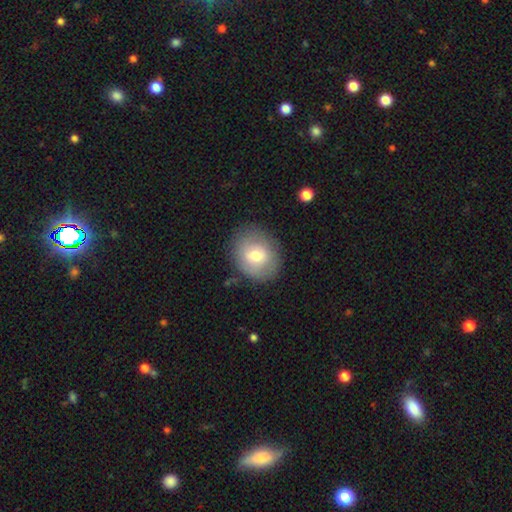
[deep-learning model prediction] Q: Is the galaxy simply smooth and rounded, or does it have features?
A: smooth — 61%.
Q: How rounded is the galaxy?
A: round — 67%.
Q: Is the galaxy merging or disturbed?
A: none — 80%.